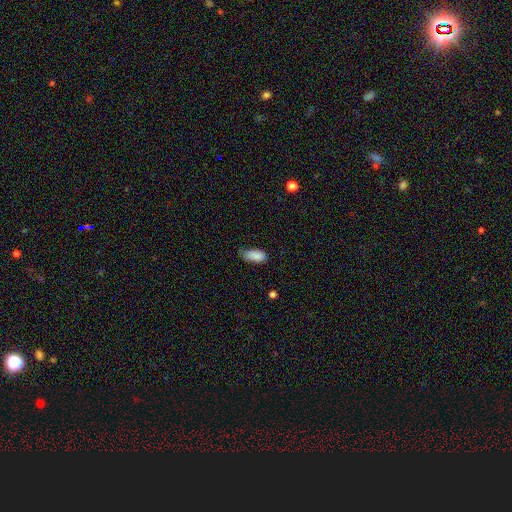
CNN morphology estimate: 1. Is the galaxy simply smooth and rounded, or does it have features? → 86% smooth, 7% star or artifact, 6% featured or disk.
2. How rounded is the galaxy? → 89% in between, 9% cigar-shaped, 2% round.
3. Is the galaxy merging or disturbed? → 48% none, 40% minor disturbance, 10% major disturbance, 2% merger.